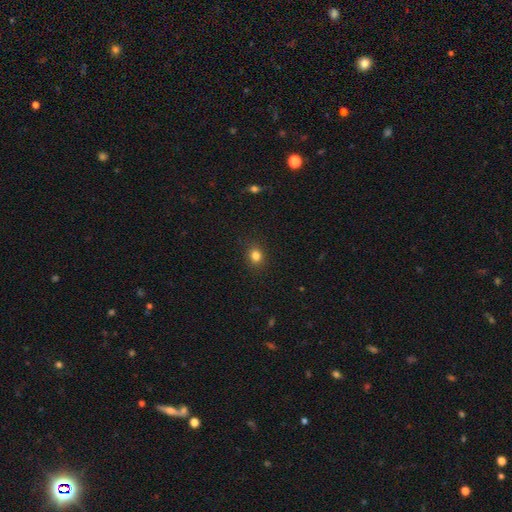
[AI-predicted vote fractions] Smooth or featured? smooth (82%)
How rounded? round (67%)
Merging? none (89%)